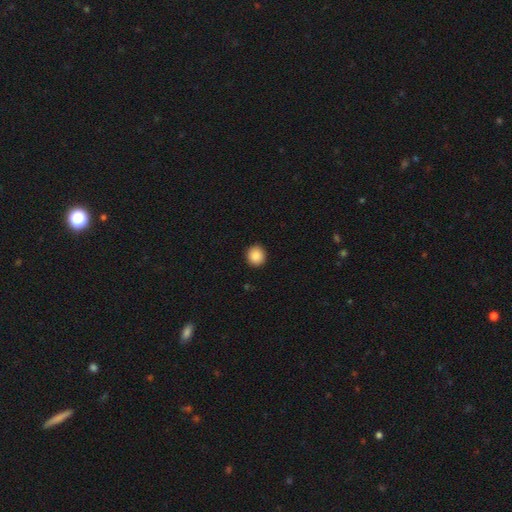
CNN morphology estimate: Smooth or featured? Predicted: smooth (p=0.89). How rounded? Predicted: round (p=0.87). Merging? Predicted: none (p=0.92).